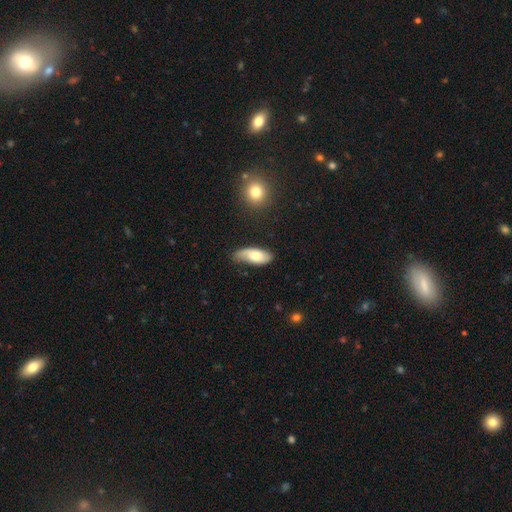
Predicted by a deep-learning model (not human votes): Smooth or featured? Predicted: smooth (p=0.63). How rounded? Predicted: in between (p=0.86). Merging? Predicted: none (p=0.55).